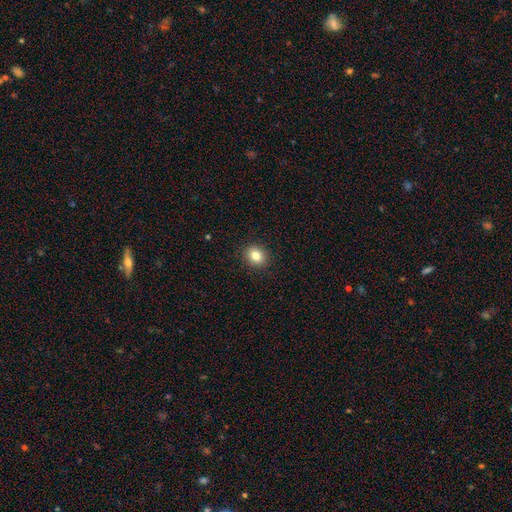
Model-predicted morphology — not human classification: Smooth or featured: smooth — 83% (star or artifact — 11%)
How rounded: round — 67% (in between — 32%)
Merging: none — 91% (minor disturbance — 6%)